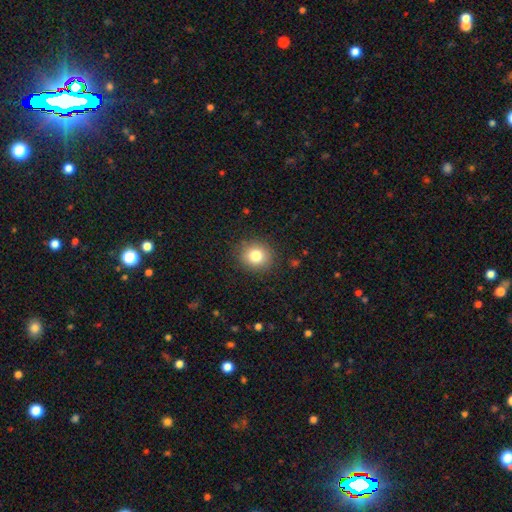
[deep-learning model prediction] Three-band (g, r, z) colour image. It shows a smooth galaxy with no disk features (80%) that is round (81%). Merging: none (88%).